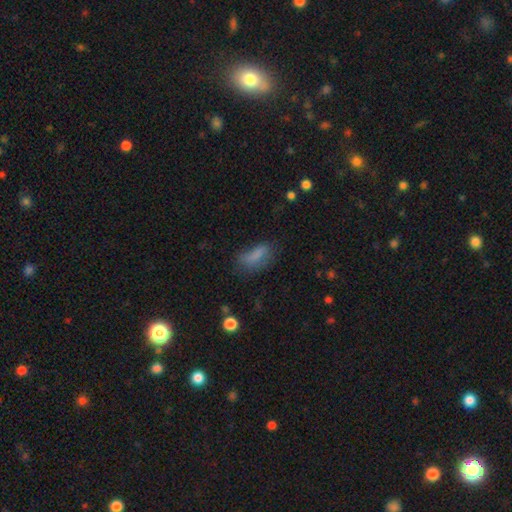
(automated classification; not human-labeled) Smooth or featured?
  - smooth: 75% *
  - featured or disk: 13%
  - star or artifact: 11%
How rounded?
  - in between: 72% *
  - cigar-shaped: 24%
  - round: 4%
Merging?
  - none: 49% *
  - minor disturbance: 29%
  - major disturbance: 19%
  - merger: 4%